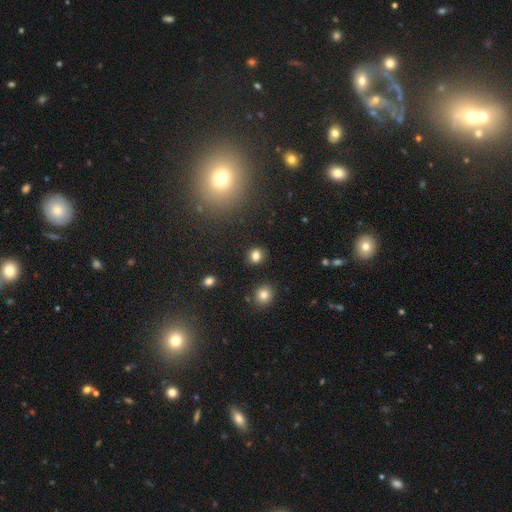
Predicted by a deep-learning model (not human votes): smooth-or-featured: smooth: 82% | star or artifact: 12% | featured or disk: 6%
  how-rounded: round: 72% | in between: 27% | cigar-shaped: 1%
  merging: none: 87% | minor disturbance: 7% | merger: 3% | major disturbance: 2%